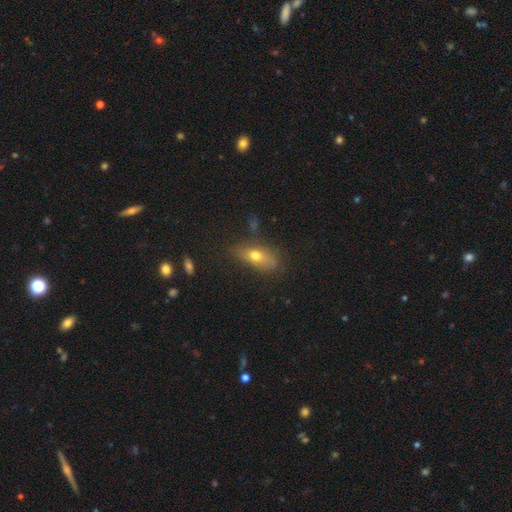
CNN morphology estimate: Smooth or featured? Predicted: smooth (p=0.65). How rounded? Predicted: in between (p=0.76). Merging? Predicted: none (p=0.59).